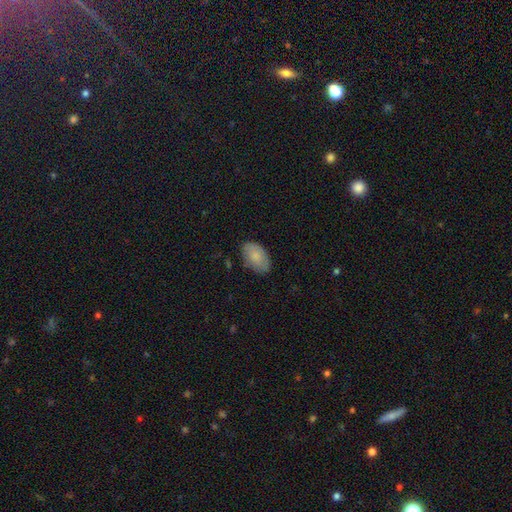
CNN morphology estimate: Q: Smooth or featured?
A: smooth (82%); runner-up: featured or disk (12%)
Q: How rounded?
A: in between (93%); runner-up: round (6%)
Q: Merging?
A: none (78%); runner-up: minor disturbance (17%)